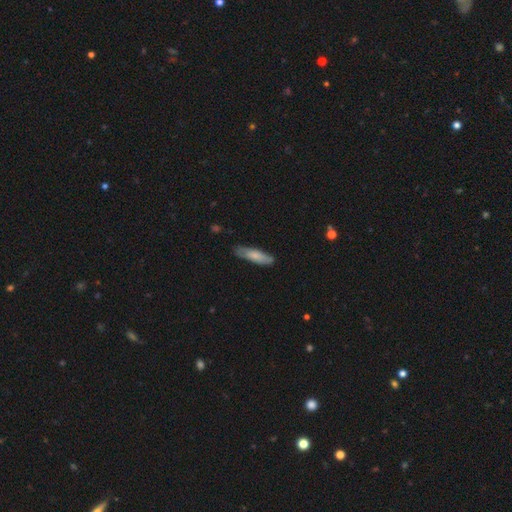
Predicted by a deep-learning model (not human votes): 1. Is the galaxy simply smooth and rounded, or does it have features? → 69% smooth, 26% featured or disk, 6% star or artifact.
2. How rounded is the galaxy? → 63% cigar-shaped, 36% in between, 2% round.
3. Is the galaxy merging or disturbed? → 76% none, 19% minor disturbance, 4% major disturbance, 1% merger.